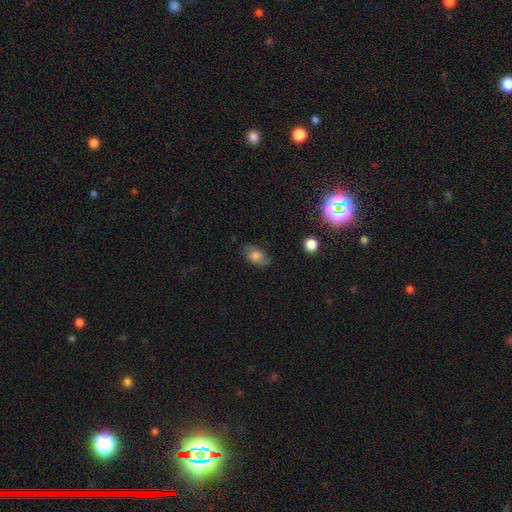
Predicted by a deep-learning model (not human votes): smooth_or_featured: smooth (p=0.65) [alt: featured or disk p=0.26]
how_rounded: in between (p=0.88) [alt: round p=0.10]
merging: none (p=0.75) [alt: minor disturbance p=0.19]